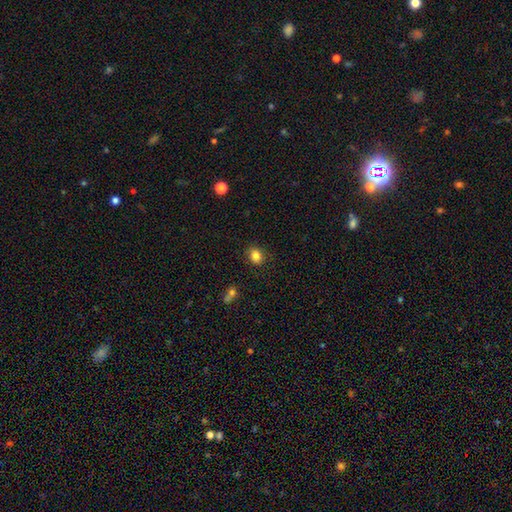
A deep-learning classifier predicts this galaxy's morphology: smooth 83%, star or artifact 11%, featured or disk 6%. Down the decision tree: how rounded — round (68%); merging — none (87%).